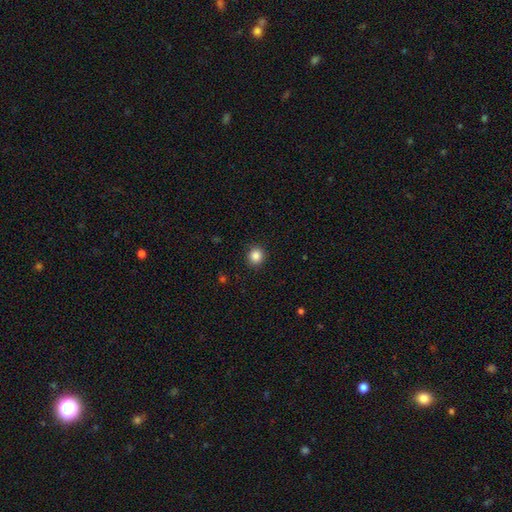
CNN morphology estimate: Smooth or featured? Predicted: smooth (p=0.86). How rounded? Predicted: round (p=0.90). Merging? Predicted: none (p=0.92).